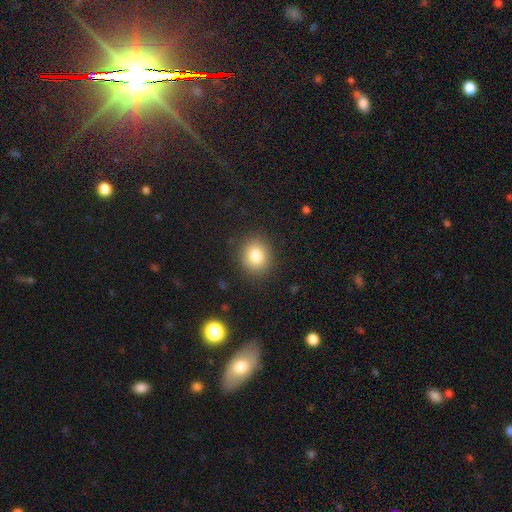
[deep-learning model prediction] Smooth or featured? smooth (81%)
How rounded? round (75%)
Merging? none (88%)